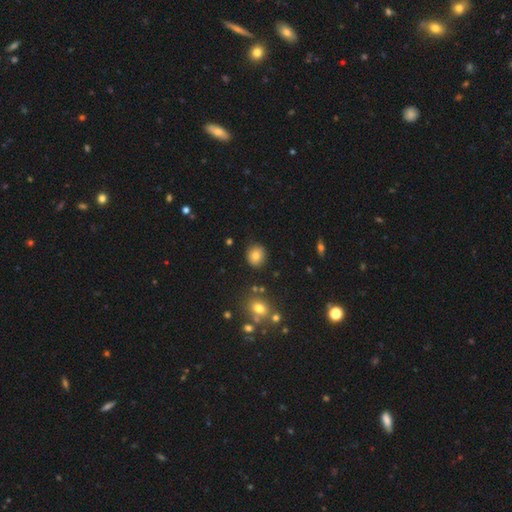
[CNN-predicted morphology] Q: Smooth or featured?
A: smooth (80%); runner-up: star or artifact (11%)
Q: How rounded?
A: round (83%); runner-up: in between (16%)
Q: Merging?
A: none (87%); runner-up: minor disturbance (8%)